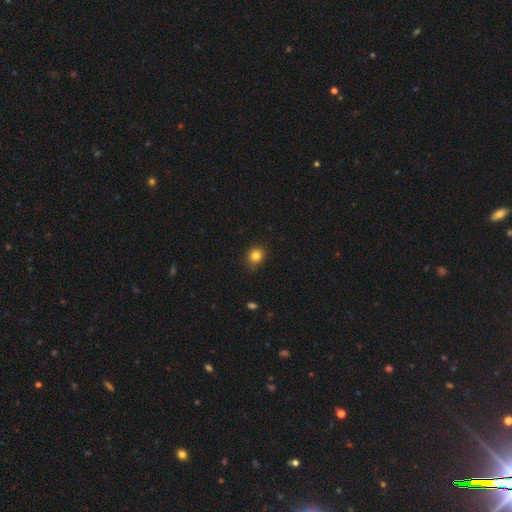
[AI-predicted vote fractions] This appears to be a smooth galaxy with no disk features (83%) that is round (77%). Merging: none (85%).